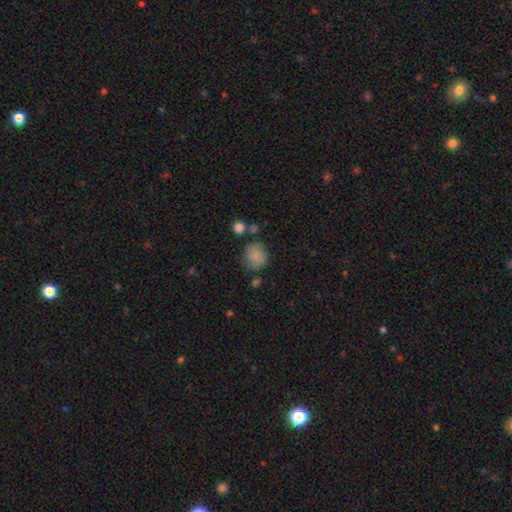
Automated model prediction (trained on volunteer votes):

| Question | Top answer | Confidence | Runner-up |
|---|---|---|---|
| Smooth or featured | smooth | 82% | star or artifact (9%) |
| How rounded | round | 74% | in between (25%) |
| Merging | none | 64% | minor disturbance (21%) |